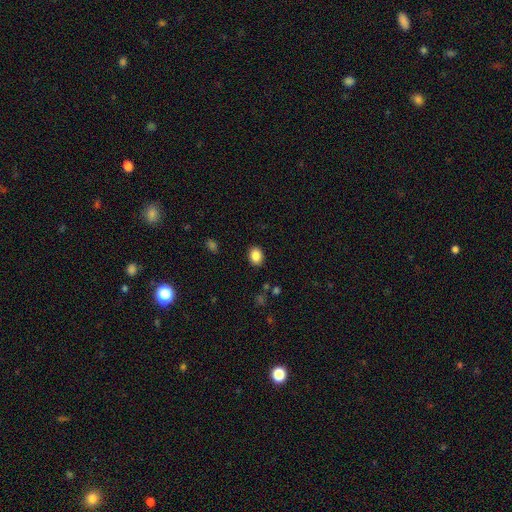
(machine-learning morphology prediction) Overall: smooth (86%). How rounded: in between (63%; round 36%). Merging: none (89%).